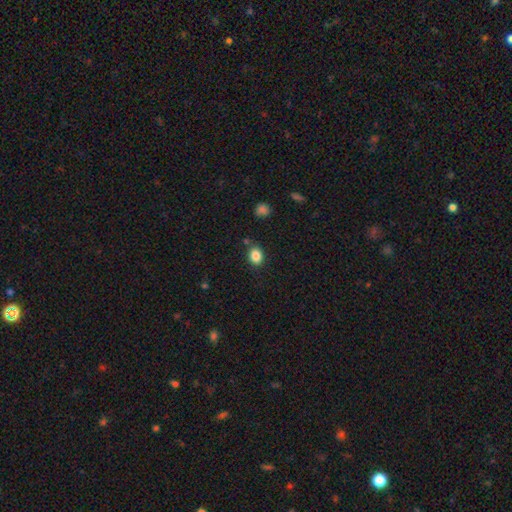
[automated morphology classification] This is clearly a smooth galaxy (85%). How rounded: likely in between (60%). Merging: clearly none (80%).